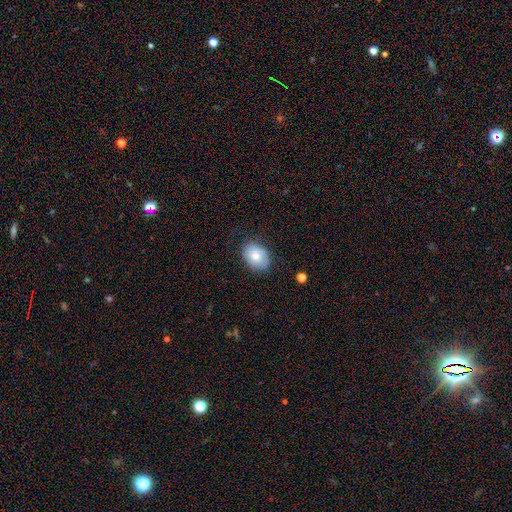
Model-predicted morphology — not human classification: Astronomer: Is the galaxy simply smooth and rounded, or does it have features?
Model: smooth — 76%.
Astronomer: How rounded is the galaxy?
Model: in between — 71%.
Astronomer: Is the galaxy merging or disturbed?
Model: none — 76%.